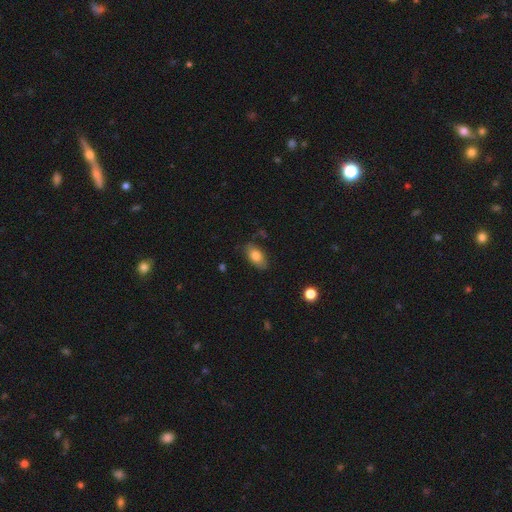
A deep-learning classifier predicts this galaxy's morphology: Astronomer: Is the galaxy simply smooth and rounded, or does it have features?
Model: smooth — 80%.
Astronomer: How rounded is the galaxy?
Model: in between — 91%.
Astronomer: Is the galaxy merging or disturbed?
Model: none — 79%.